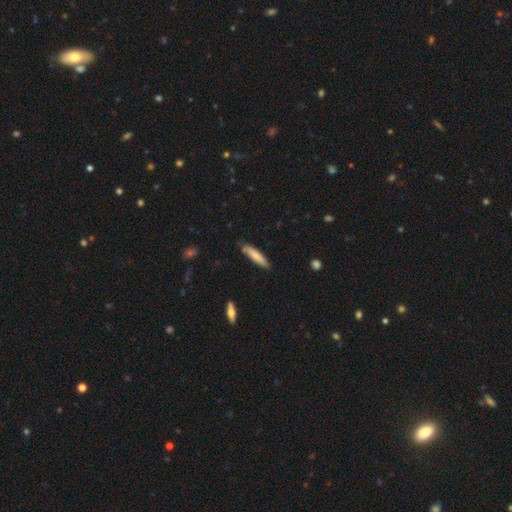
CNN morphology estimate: Smooth or featured? Predicted: smooth (p=0.78). How rounded? Predicted: cigar-shaped (p=0.80). Merging? Predicted: none (p=0.80).